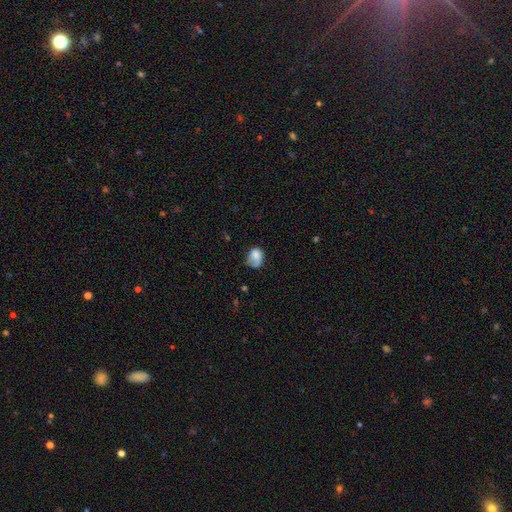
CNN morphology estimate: smooth 76%, featured or disk 15%, star or artifact 9%. Down the decision tree: how rounded — in between (60%); merging — minor disturbance (37%).